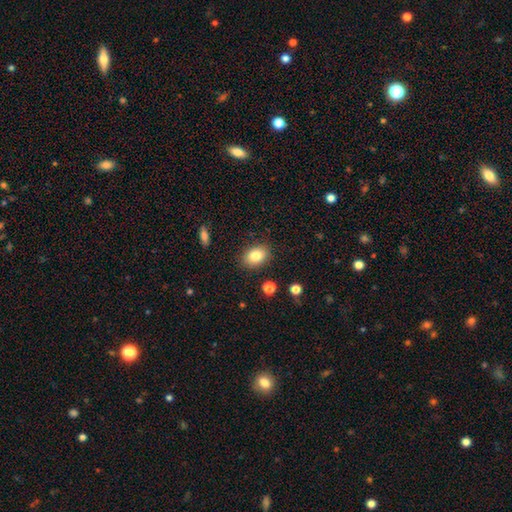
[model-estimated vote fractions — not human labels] Q: Smooth or featured?
A: smooth (83%); runner-up: star or artifact (9%)
Q: How rounded?
A: in between (76%); runner-up: round (23%)
Q: Merging?
A: none (87%); runner-up: minor disturbance (9%)